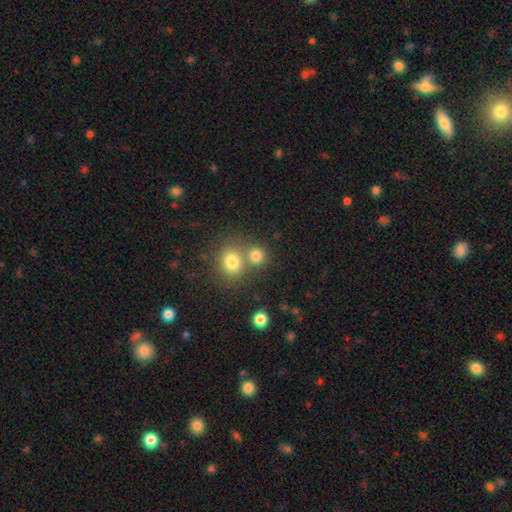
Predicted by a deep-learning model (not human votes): The model was most divided on "merging": none: 52%, merger: 37%, minor disturbance: 7%, major disturbance: 3%. More confident: how rounded — round (80%); smooth or featured — smooth (79%).